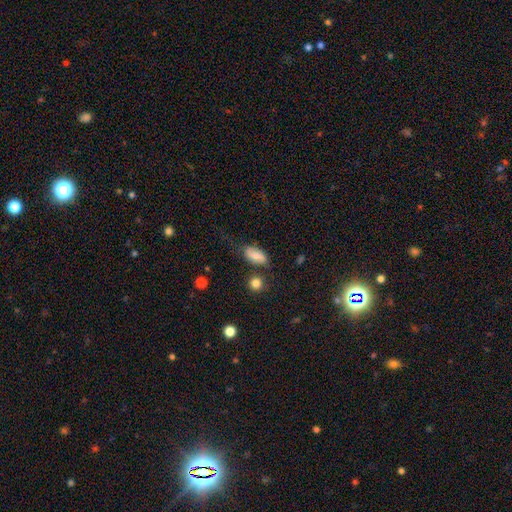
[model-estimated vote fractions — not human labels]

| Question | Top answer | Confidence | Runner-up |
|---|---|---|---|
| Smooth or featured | smooth | 72% | featured or disk (20%) |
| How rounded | in between | 88% | round (6%) |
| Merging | none | 60% | minor disturbance (24%) |